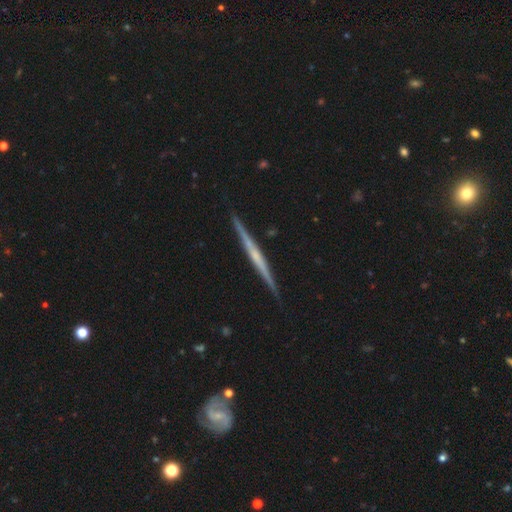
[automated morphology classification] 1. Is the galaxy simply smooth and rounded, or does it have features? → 74% featured or disk, 21% smooth, 5% star or artifact.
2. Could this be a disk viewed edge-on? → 98% yes, 2% no.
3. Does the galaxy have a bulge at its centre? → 57% none, 32% rounded, 11% boxy.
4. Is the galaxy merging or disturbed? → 90% none, 7% minor disturbance, 1% merger, 1% major disturbance.